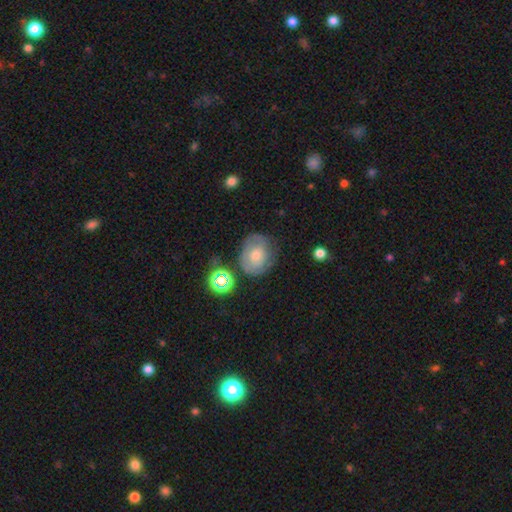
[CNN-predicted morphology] smooth 45%, featured or disk 42%, star or artifact 13%. Down the decision tree: merging — none (62%).